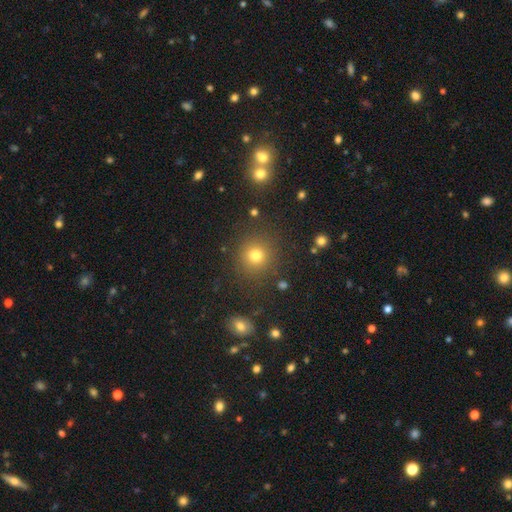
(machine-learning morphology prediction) This is likely a smooth galaxy (76%). How rounded: clearly round (91%). Merging: clearly none (85%).